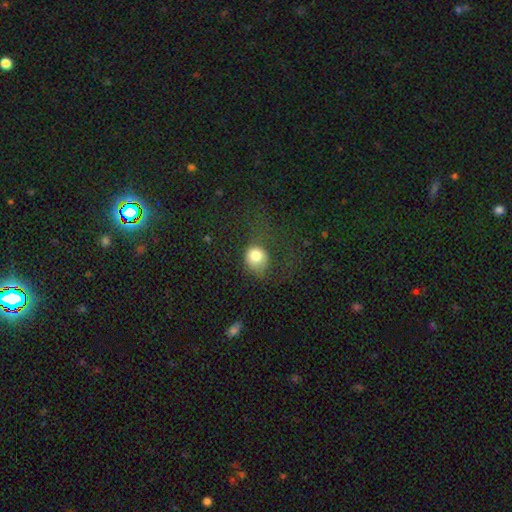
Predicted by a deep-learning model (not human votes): A smooth galaxy with no disk features (78%) that is round (73%). Merging: none (43%).